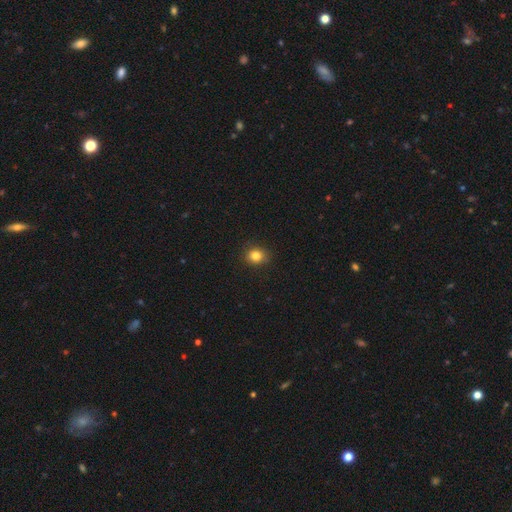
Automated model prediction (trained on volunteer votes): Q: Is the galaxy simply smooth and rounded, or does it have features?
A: smooth — 83%.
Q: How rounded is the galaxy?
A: round — 72%.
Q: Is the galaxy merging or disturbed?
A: none — 87%.